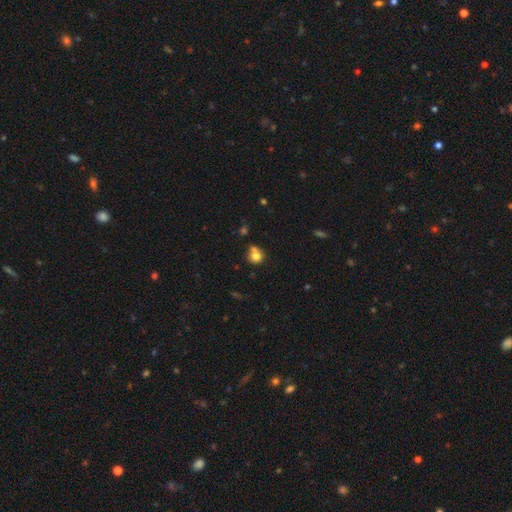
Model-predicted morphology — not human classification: smooth-or-featured: smooth: 78% | star or artifact: 12% | featured or disk: 11%
  how-rounded: round: 83% | in between: 16% | cigar-shaped: 1%
  merging: none: 48% | merger: 32% | minor disturbance: 14% | major disturbance: 6%